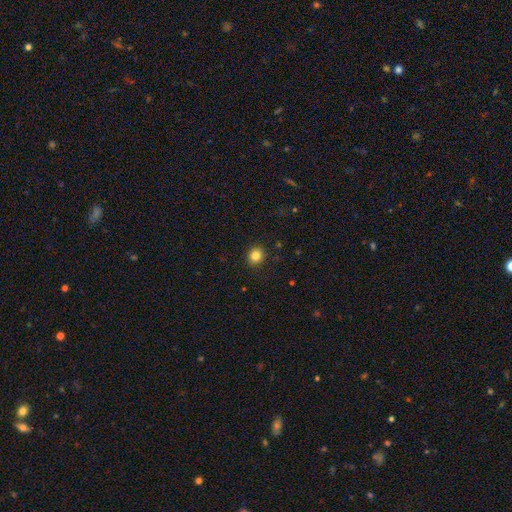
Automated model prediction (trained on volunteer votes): smooth_or_featured: smooth (p=0.83) [alt: star or artifact p=0.12]
how_rounded: round (p=0.89) [alt: in between p=0.10]
merging: none (p=0.91) [alt: minor disturbance p=0.06]